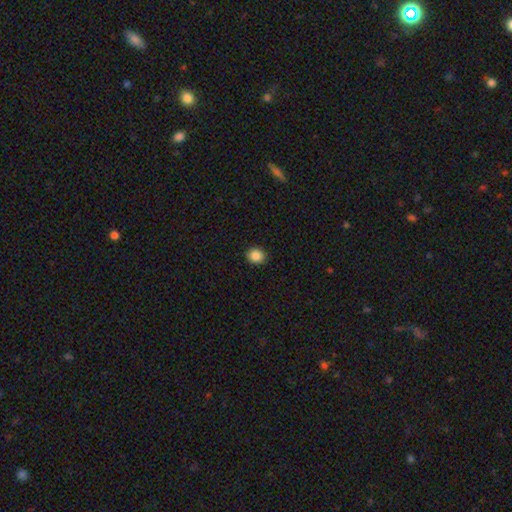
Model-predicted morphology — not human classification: smooth 86%, star or artifact 10%, featured or disk 4%. Down the decision tree: how rounded — round (75%); merging — none (91%).